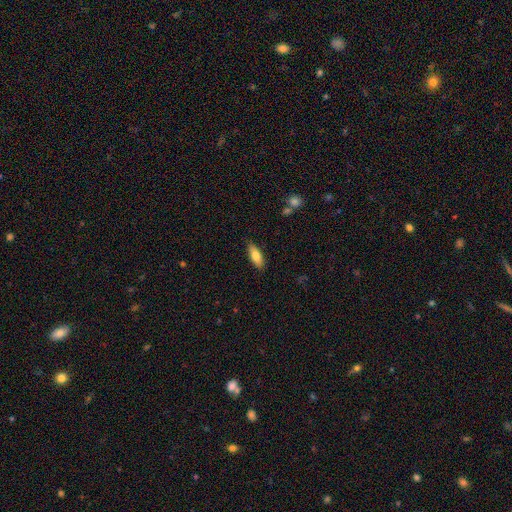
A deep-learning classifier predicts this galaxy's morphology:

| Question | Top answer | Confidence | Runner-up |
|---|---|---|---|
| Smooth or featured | smooth | 76% | featured or disk (18%) |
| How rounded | in between | 72% | cigar-shaped (26%) |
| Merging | none | 86% | minor disturbance (10%) |